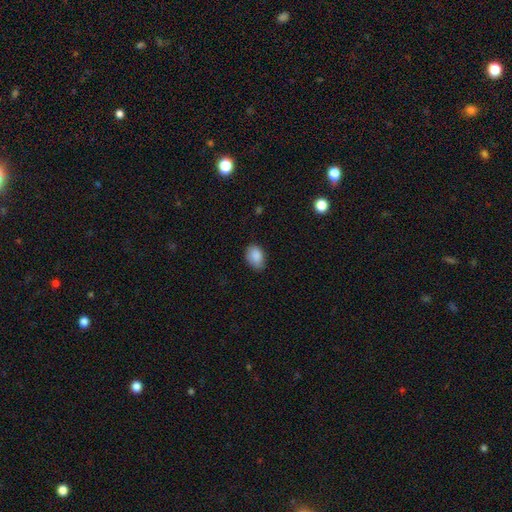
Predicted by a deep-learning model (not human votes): A smooth galaxy with no disk features (88%) that is in between round and cigar-shaped (81%).

Vote fractions:
- Smooth or featured? smooth: 88% / star or artifact: 7% / featured or disk: 4%
- How rounded? in between: 81% / round: 18% / cigar-shaped: 1%
- Merging? none: 73% / minor disturbance: 23% / major disturbance: 4% / merger: 1%